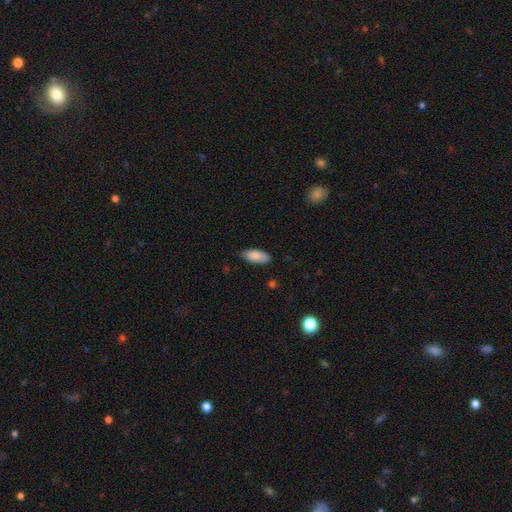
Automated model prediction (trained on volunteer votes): Smooth or featured?
  - smooth: 85% *
  - featured or disk: 8%
  - star or artifact: 6%
How rounded?
  - in between: 86% *
  - cigar-shaped: 12%
  - round: 2%
Merging?
  - none: 79% *
  - minor disturbance: 18%
  - major disturbance: 2%
  - merger: 1%